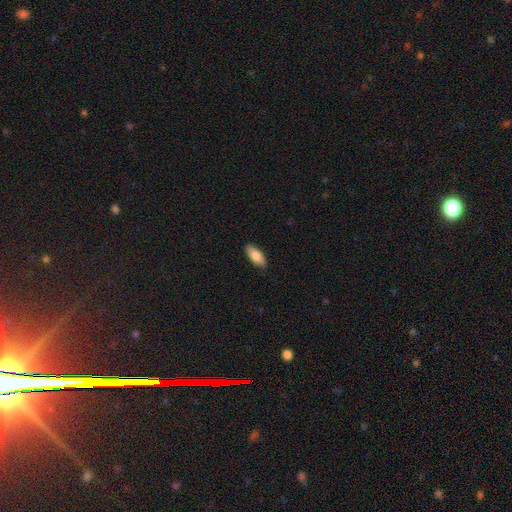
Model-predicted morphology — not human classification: smooth_or_featured: smooth (p=0.83) [alt: featured or disk p=0.12]
how_rounded: in between (p=0.85) [alt: cigar-shaped p=0.12]
merging: none (p=0.89) [alt: minor disturbance p=0.09]